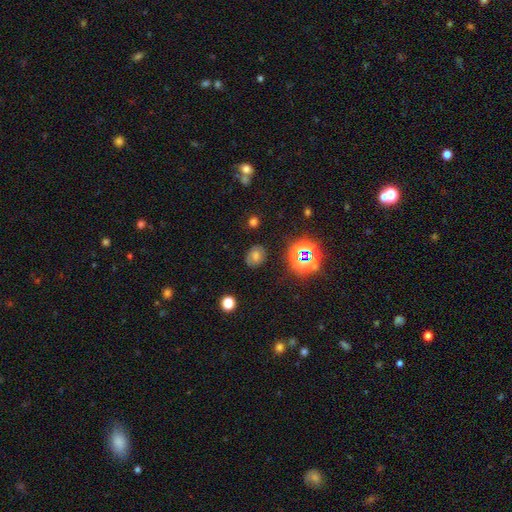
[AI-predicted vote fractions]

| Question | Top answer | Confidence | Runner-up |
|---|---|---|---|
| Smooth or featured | smooth | 51% | star or artifact (33%) |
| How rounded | round | 52% | in between (46%) |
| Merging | none | 80% | minor disturbance (13%) |